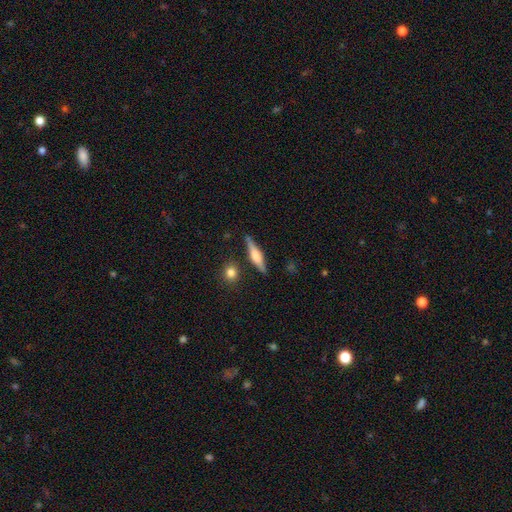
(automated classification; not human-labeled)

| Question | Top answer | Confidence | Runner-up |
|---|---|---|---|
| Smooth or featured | featured or disk | 61% | smooth (32%) |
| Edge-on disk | yes | 96% | no (4%) |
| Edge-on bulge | rounded | 80% | boxy (16%) |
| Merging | none | 85% | minor disturbance (10%) |